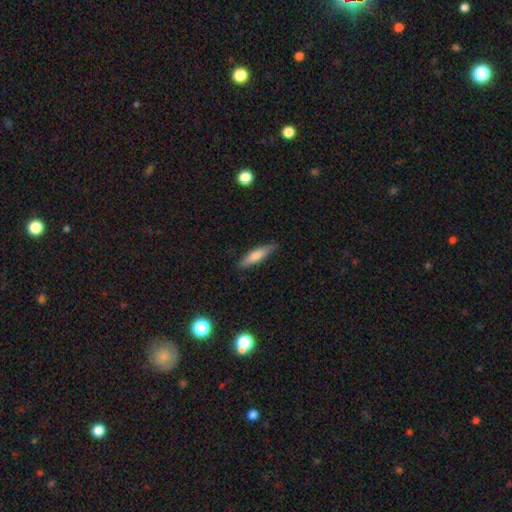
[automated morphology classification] Overall: smooth (66%; featured or disk 27%). How rounded: cigar-shaped (73%). Merging: none (86%).